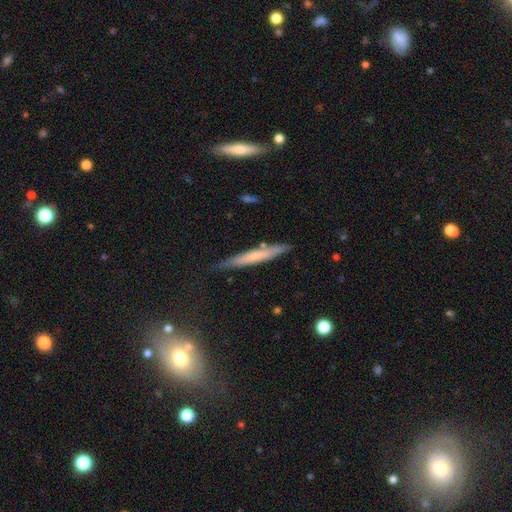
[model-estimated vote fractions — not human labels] Smooth or featured? Predicted: smooth (p=0.51). How rounded? Predicted: cigar-shaped (p=0.95). Merging? Predicted: none (p=0.80).